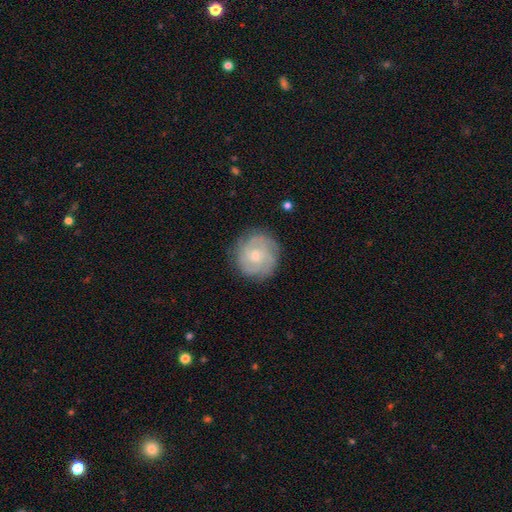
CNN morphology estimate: Smooth or featured? Predicted: featured or disk (p=0.67). Edge-on disk? Predicted: no (p=0.98). Bar? Predicted: no (p=0.72). Spiral arms? Predicted: yes (p=0.89). Spiral winding? Predicted: tight (p=0.66). Spiral arm count? Predicted: can't tell (p=0.35). Bulge size? Predicted: small (p=0.59). Merging? Predicted: none (p=0.82).